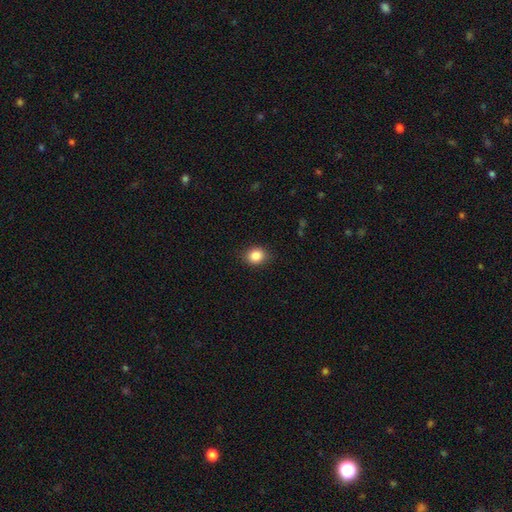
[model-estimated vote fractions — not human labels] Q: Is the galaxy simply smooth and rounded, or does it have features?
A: smooth — 86%.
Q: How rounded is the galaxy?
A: round — 64%.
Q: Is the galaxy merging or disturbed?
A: none — 87%.